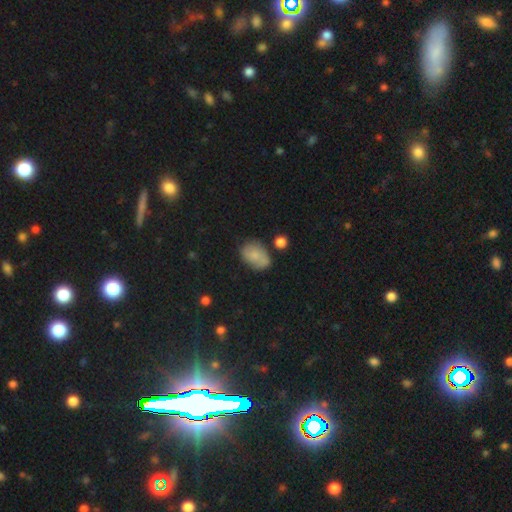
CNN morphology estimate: A smooth galaxy with no disk features (71%) that is in between round and cigar-shaped (78%).

Vote fractions:
- Smooth or featured? smooth: 71% / featured or disk: 20% / star or artifact: 9%
- How rounded? in between: 78% / round: 21% / cigar-shaped: 1%
- Merging? none: 58% / minor disturbance: 25% / merger: 9% / major disturbance: 7%